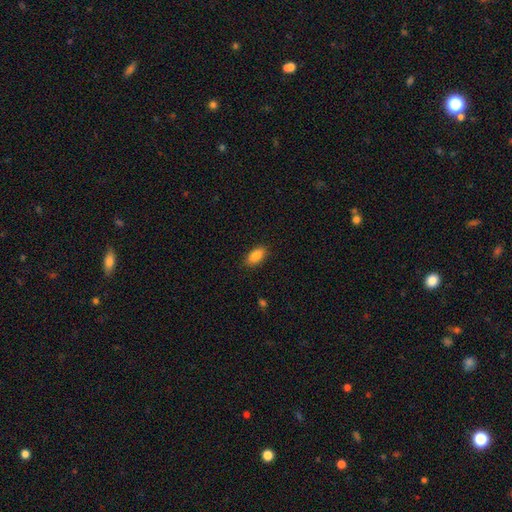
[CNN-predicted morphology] A smooth galaxy with no disk features (86%) that is in between round and cigar-shaped (91%).

Vote fractions:
- Smooth or featured? smooth: 86% / star or artifact: 7% / featured or disk: 7%
- How rounded? in between: 91% / cigar-shaped: 6% / round: 3%
- Merging? none: 89% / minor disturbance: 9% / major disturbance: 2% / merger: 1%